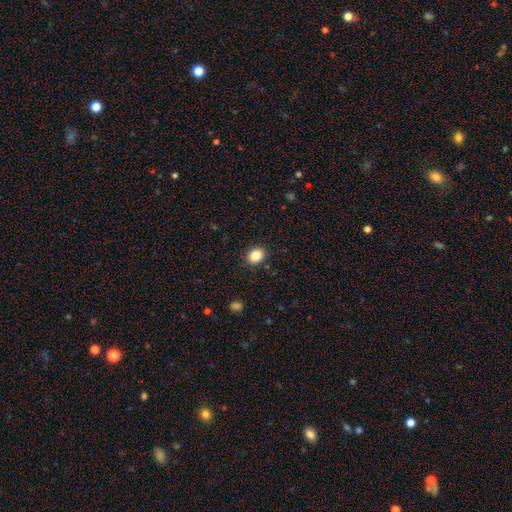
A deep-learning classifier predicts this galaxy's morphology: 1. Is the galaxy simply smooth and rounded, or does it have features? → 85% smooth, 10% star or artifact, 5% featured or disk.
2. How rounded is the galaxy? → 56% round, 43% in between, 1% cigar-shaped.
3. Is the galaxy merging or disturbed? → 89% none, 8% minor disturbance, 2% major disturbance, 1% merger.